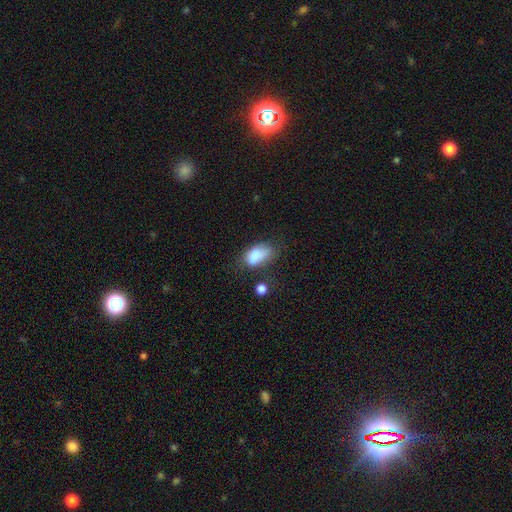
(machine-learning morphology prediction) Smooth or featured?
  - smooth: 77% *
  - featured or disk: 13%
  - star or artifact: 10%
How rounded?
  - in between: 90% *
  - round: 6%
  - cigar-shaped: 4%
Merging?
  - none: 36% *
  - minor disturbance: 31%
  - major disturbance: 22%
  - merger: 11%